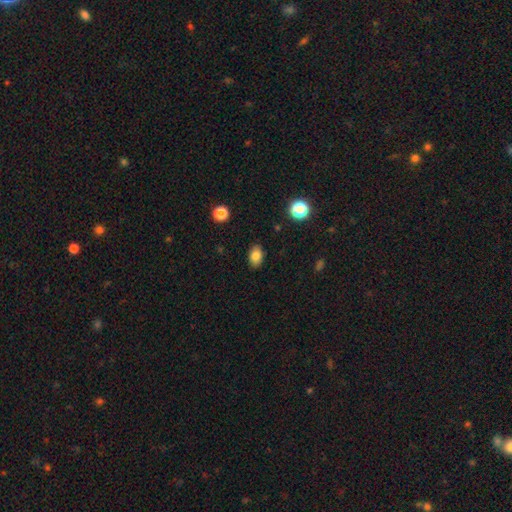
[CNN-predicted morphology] Overall: smooth (82%). How rounded: in between (84%). Merging: none (87%).